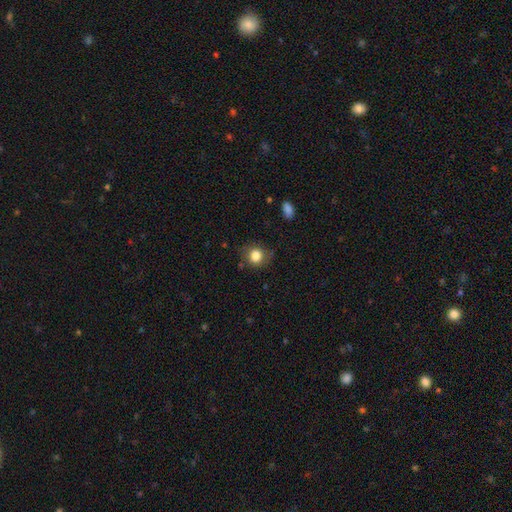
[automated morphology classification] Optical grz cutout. It shows a smooth galaxy with no disk features (83%) that is round (78%). Merging: none (74%).